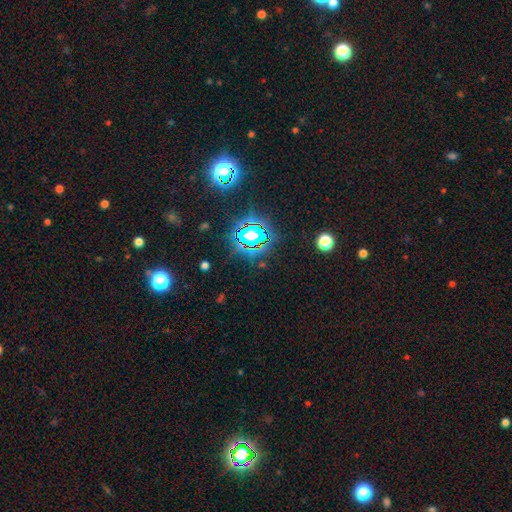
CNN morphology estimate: Q: Smooth or featured?
A: star or artifact (82%); runner-up: smooth (11%)